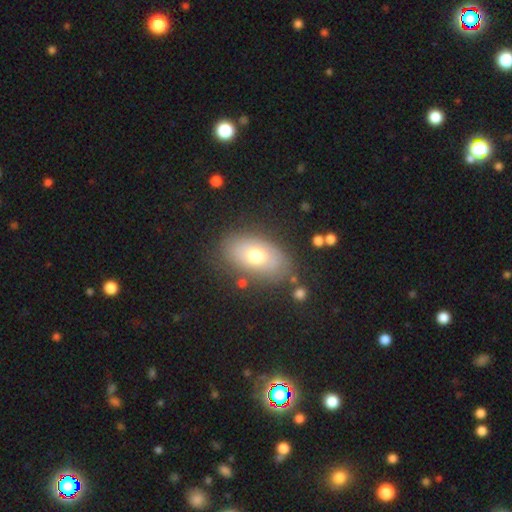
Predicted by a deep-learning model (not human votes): Morphology: type=smooth (61%); roundness=in between (88%); merging=none (75%).